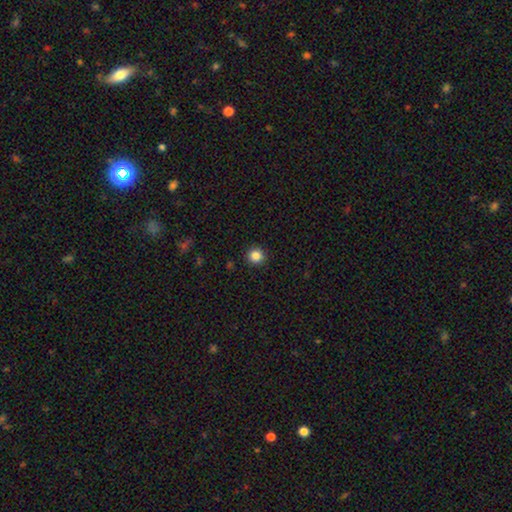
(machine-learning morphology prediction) This is clearly a smooth galaxy (85%). How rounded: clearly round (94%). Merging: clearly none (92%).